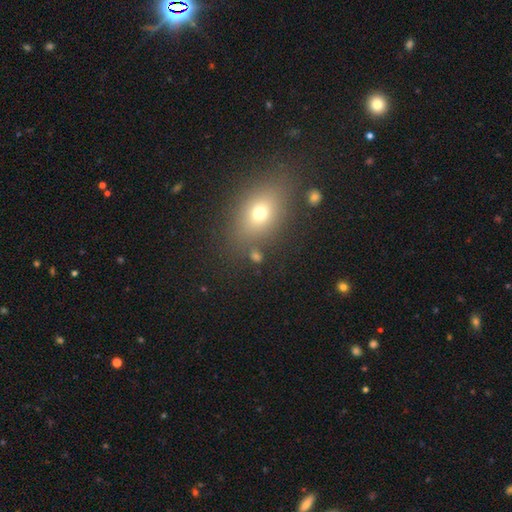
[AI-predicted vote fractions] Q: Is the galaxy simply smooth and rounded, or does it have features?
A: smooth — 65%.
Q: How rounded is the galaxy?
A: in between — 61%.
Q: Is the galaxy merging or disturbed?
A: none — 77%.